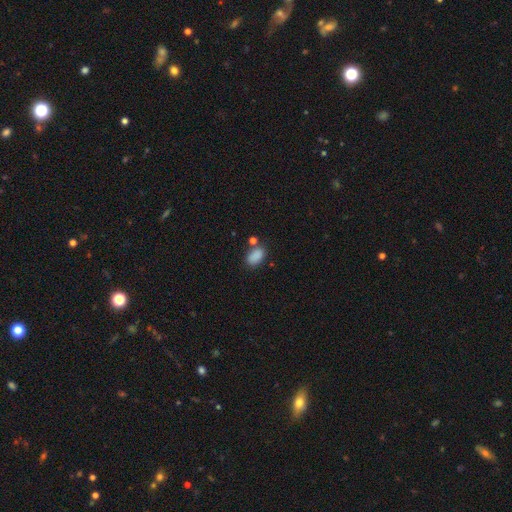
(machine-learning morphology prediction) This appears to be a smooth galaxy with no disk features (86%) that is in between round and cigar-shaped (90%). Merging: none (67%).